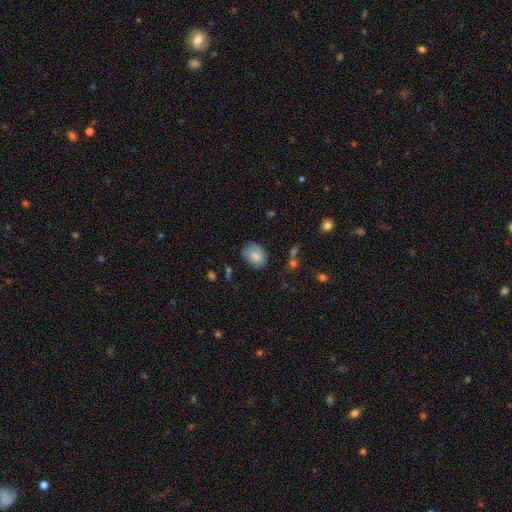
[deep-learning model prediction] Q: Smooth or featured?
A: smooth (73%); runner-up: featured or disk (19%)
Q: How rounded?
A: in between (53%); runner-up: round (46%)
Q: Merging?
A: none (65%); runner-up: minor disturbance (25%)